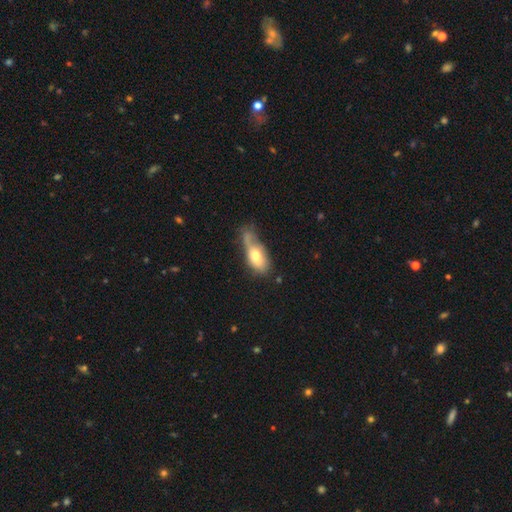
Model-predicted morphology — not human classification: Smooth or featured? Predicted: smooth (p=0.67). How rounded? Predicted: in between (p=0.79). Merging? Predicted: minor disturbance (p=0.30).